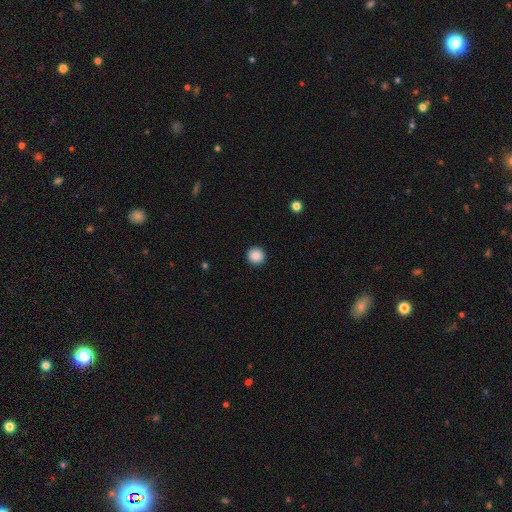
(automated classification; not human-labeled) This appears to be a smooth galaxy with no disk features (88%) that is round (96%). Merging: none (93%).